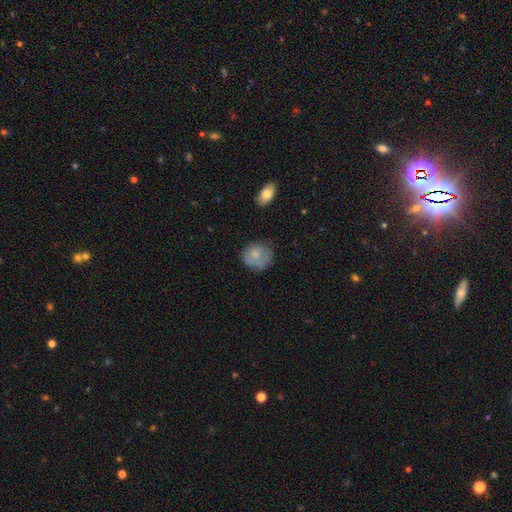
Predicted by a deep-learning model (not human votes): Morphology: type=smooth (73%); roundness=round (82%); merging=none (62%).